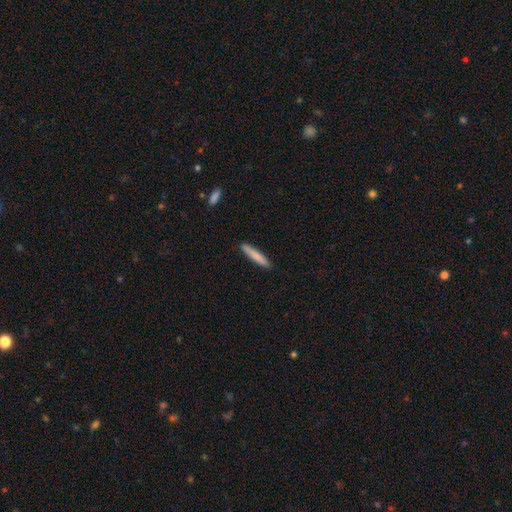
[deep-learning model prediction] Smooth or featured?
  - smooth: 80% *
  - featured or disk: 15%
  - star or artifact: 5%
How rounded?
  - cigar-shaped: 93% *
  - in between: 6%
  - round: 1%
Merging?
  - none: 90% *
  - minor disturbance: 7%
  - major disturbance: 1%
  - merger: 1%